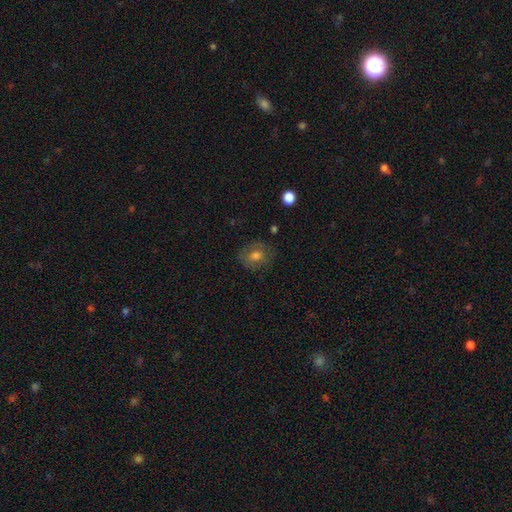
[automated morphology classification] Q: Smooth or featured?
A: smooth (65%); runner-up: featured or disk (23%)
Q: How rounded?
A: round (64%); runner-up: in between (35%)
Q: Merging?
A: none (78%); runner-up: minor disturbance (15%)